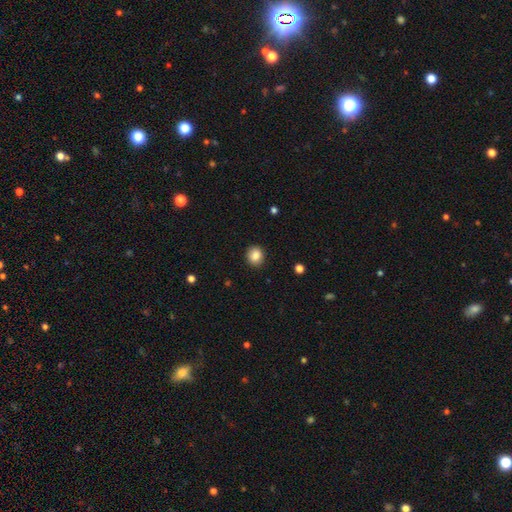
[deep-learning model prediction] Smooth or featured?
  - smooth: 86% *
  - star or artifact: 9%
  - featured or disk: 5%
How rounded?
  - round: 71% *
  - in between: 28%
  - cigar-shaped: 1%
Merging?
  - none: 89% *
  - minor disturbance: 8%
  - major disturbance: 2%
  - merger: 1%